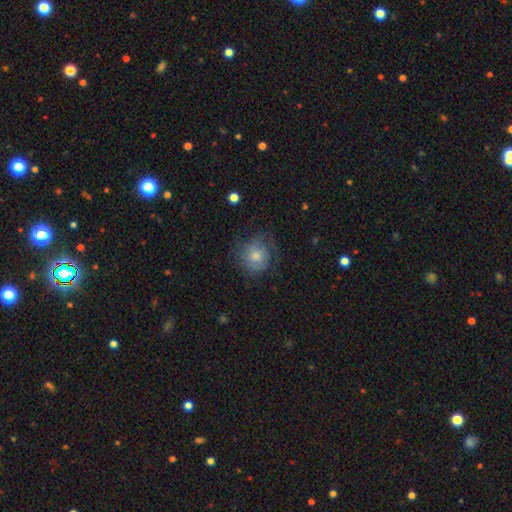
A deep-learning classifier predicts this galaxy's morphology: The model was most divided on "merging": none: 61%, minor disturbance: 23%, major disturbance: 14%, merger: 1%. More confident: how rounded — round (85%); smooth or featured — smooth (68%).